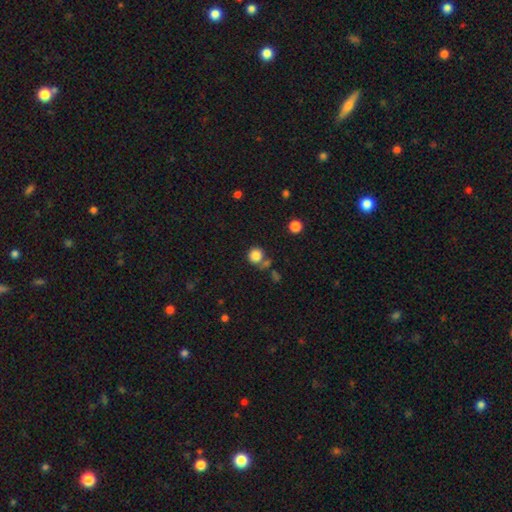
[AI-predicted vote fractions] Morphology: type=smooth (84%); roundness=round (91%); merging=none (65%).